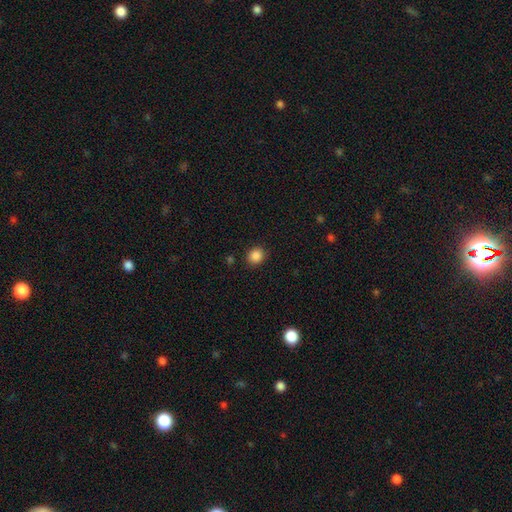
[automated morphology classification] Smooth or featured? smooth (87%)
How rounded? round (78%)
Merging? none (89%)